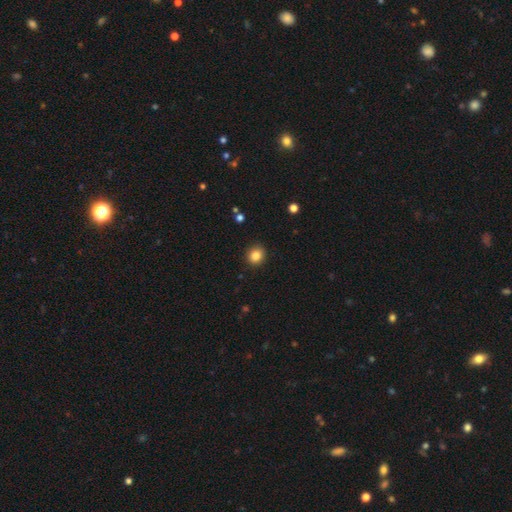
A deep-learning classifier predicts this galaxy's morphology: The model was most divided on "how rounded": round: 79%, in between: 20%, cigar-shaped: 1%. More confident: merging — none (90%); smooth or featured — smooth (85%).